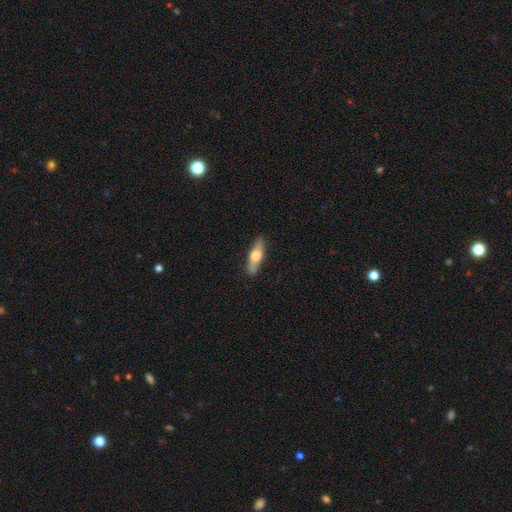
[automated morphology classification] type=smooth (50%); roundness=cigar-shaped (57%); merging=none (86%).